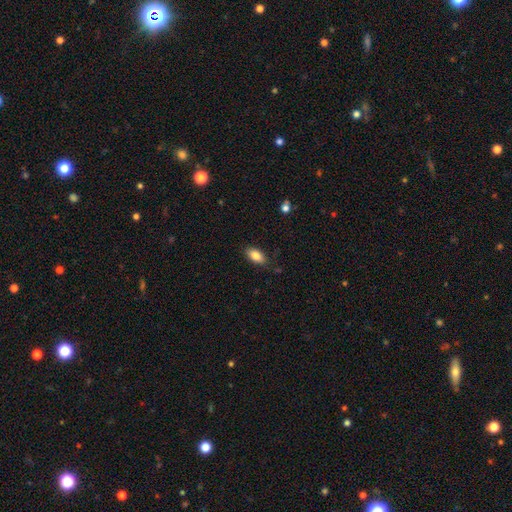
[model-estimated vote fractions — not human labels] smooth-or-featured: smooth: 85% | featured or disk: 8% | star or artifact: 8%
  how-rounded: in between: 91% | round: 5% | cigar-shaped: 5%
  merging: none: 84% | minor disturbance: 12% | major disturbance: 3% | merger: 1%